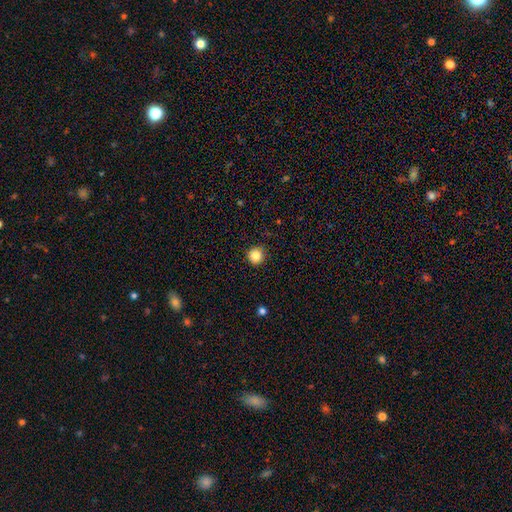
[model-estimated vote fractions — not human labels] A smooth galaxy with no disk features (84%) that is round (94%).

Vote fractions:
- Smooth or featured? smooth: 84% / star or artifact: 10% / featured or disk: 5%
- How rounded? round: 94% / in between: 5% / cigar-shaped: 1%
- Merging? none: 91% / minor disturbance: 6% / major disturbance: 2% / merger: 1%